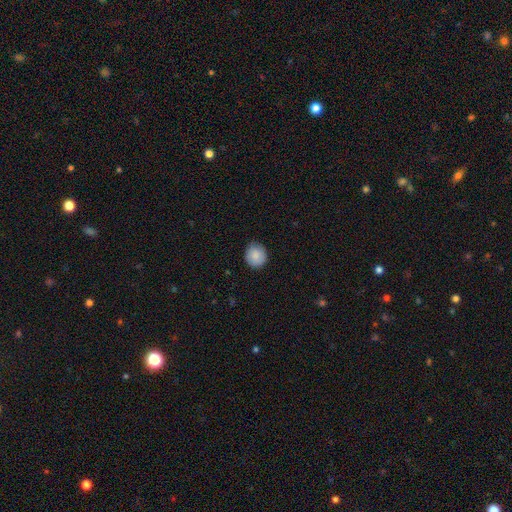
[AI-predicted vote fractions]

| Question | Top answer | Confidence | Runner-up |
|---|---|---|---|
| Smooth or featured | smooth | 87% | star or artifact (7%) |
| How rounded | round | 79% | in between (20%) |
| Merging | none | 84% | minor disturbance (12%) |